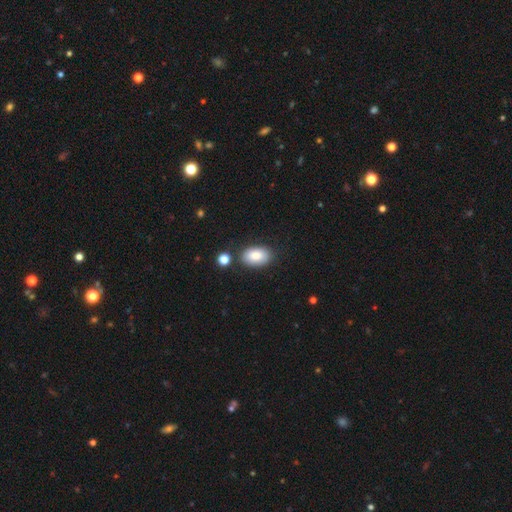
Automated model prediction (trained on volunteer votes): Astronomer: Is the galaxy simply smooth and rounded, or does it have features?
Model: smooth — 85%.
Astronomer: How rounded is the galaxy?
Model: in between — 93%.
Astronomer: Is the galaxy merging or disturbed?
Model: none — 79%.